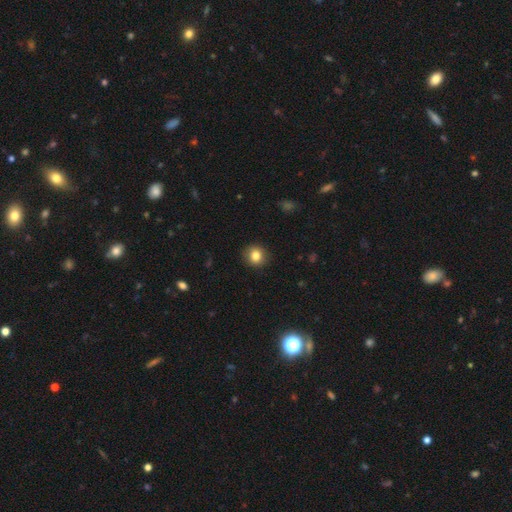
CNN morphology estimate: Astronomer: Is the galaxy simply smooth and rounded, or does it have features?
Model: smooth — 83%.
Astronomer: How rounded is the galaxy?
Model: round — 88%.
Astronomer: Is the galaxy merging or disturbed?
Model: none — 91%.